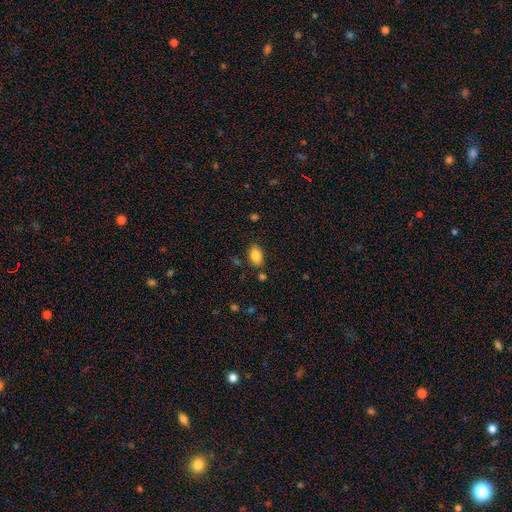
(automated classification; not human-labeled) Morphology: type=smooth (85%); roundness=in between (91%); merging=none (82%).